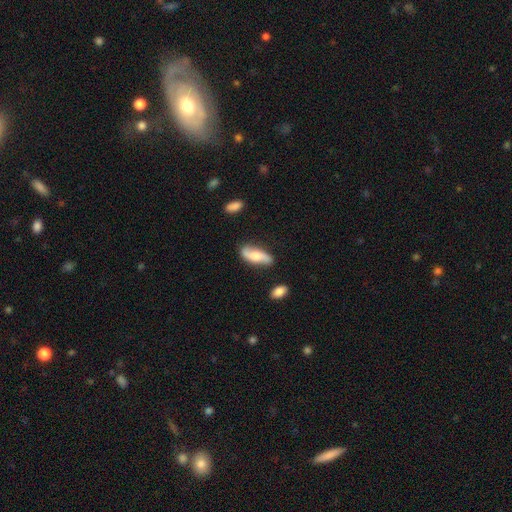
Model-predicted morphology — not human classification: smooth-or-featured: featured or disk: 51% | smooth: 42% | star or artifact: 6%
  disk-edge-on: no: 85% | yes: 15%
  merging: none: 75% | minor disturbance: 17% | major disturbance: 4% | merger: 4%